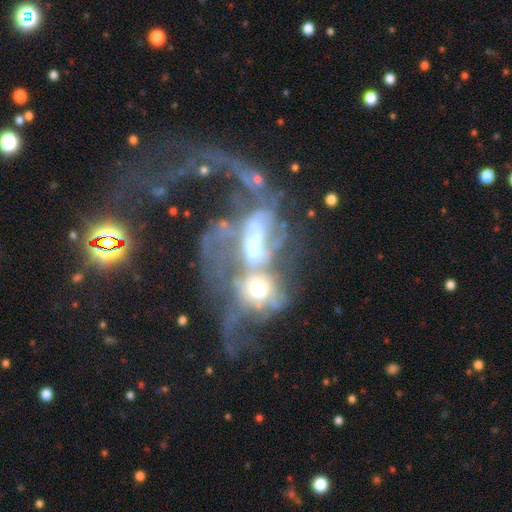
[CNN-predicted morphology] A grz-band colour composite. It shows a featured or disk galaxy (71%) with no bar (56%), spiral arms (60%) and a moderate central bulge (50%). Merging: merger (73%).